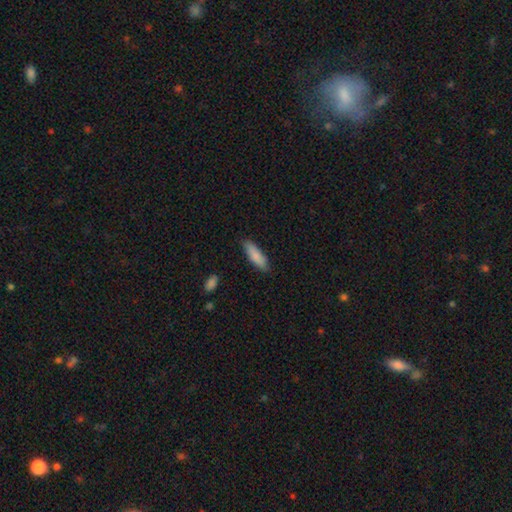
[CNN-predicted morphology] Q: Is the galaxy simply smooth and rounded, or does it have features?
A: smooth — 85%.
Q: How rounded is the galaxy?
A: cigar-shaped — 52%.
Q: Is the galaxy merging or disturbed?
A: none — 84%.